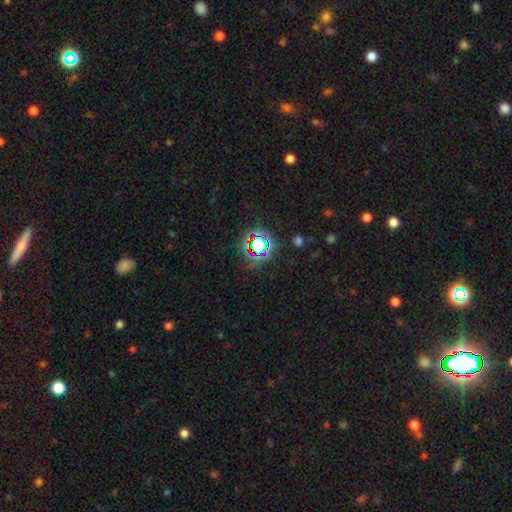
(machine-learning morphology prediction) Smooth or featured?
  - star or artifact: 74% *
  - smooth: 17%
  - featured or disk: 9%